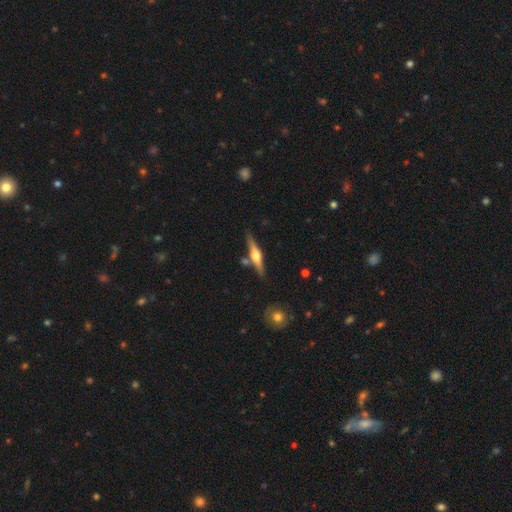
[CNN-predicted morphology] This is likely a featured or disk galaxy (73%). It is clearly viewed edge-on (97%). Edge-on bulge: clearly rounded (94%). Merging: clearly none (81%).